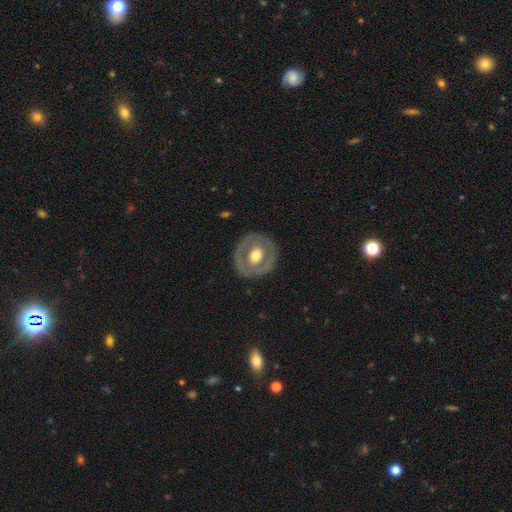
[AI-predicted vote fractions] smooth-or-featured: featured or disk: 58% | smooth: 37% | star or artifact: 5%
  disk-edge-on: no: 94% | yes: 6%
    bar: no: 65% | weak: 23% | strong: 12%
    has-spiral-arms: no: 86% | yes: 14%
    bulge-size: moderate: 66% | large: 23% | small: 8% | dominant: 1% | none: 1%
  merging: none: 82% | minor disturbance: 12% | major disturbance: 5% | merger: 1%